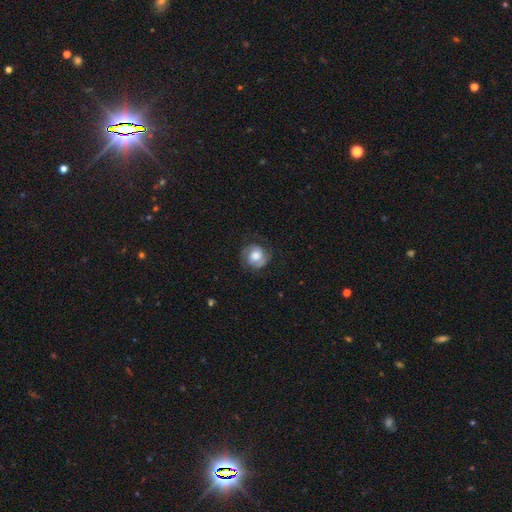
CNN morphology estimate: featured or disk 58%, smooth 35%, star or artifact 8%. Down the decision tree: edge-on disk — no (98%); bar — no (68%); spiral arms — yes (87%); bulge size — moderate (42%); merging — none (73%).